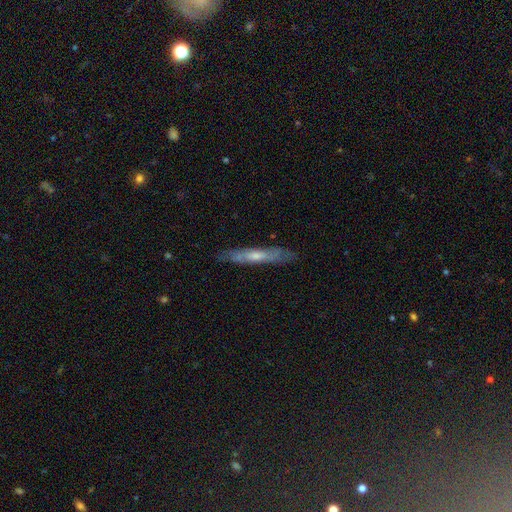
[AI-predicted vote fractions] Smooth or featured? Predicted: featured or disk (p=0.56). Edge-on disk? Predicted: yes (p=0.73). Merging? Predicted: none (p=0.82).